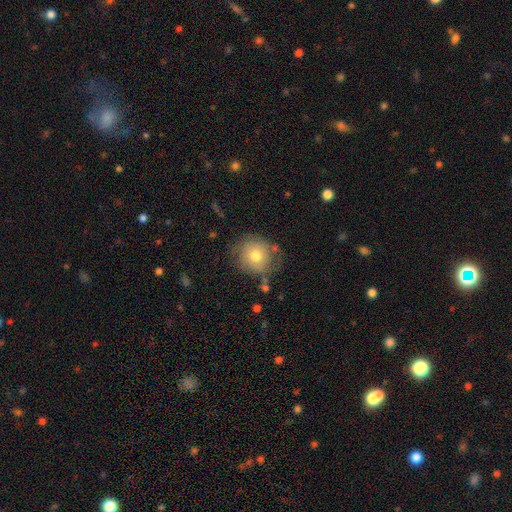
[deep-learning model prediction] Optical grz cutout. It shows a smooth galaxy with no disk features (71%) that is round (87%). Merging: none (70%).